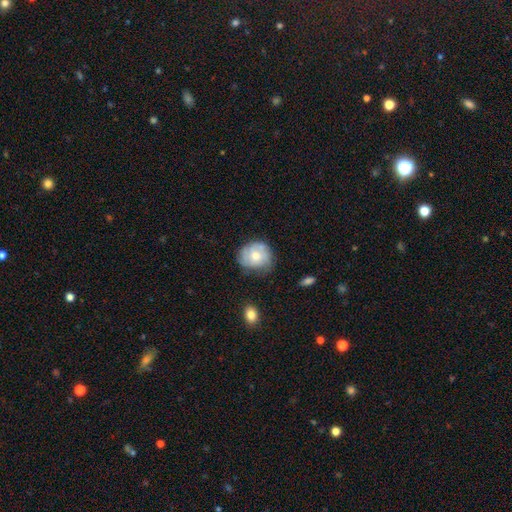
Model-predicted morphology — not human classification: Smooth or featured?
  - smooth: 51% *
  - featured or disk: 42%
  - star or artifact: 8%
How rounded?
  - round: 75% *
  - in between: 24%
  - cigar-shaped: 1%
Merging?
  - none: 60% *
  - minor disturbance: 28%
  - major disturbance: 9%
  - merger: 3%